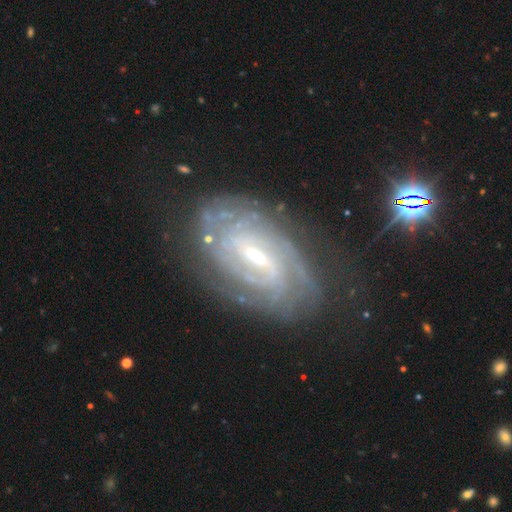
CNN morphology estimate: Smooth or featured?
  - featured or disk: 87% *
  - smooth: 7%
  - star or artifact: 6%
Edge-on disk?
  - no: 95% *
  - yes: 5%
Bar?
  - weak: 46% *
  - strong: 40%
  - no: 14%
Spiral arms?
  - yes: 96% *
  - no: 4%
Spiral winding?
  - tight: 73% *
  - medium: 22%
  - loose: 5%
Spiral arm count?
  - can't tell: 37% *
  - 2: 22%
  - 3: 15%
  - 4: 13%
  - more than 4: 7%
  - 1: 5%
Bulge size?
  - small: 52% *
  - moderate: 40%
  - large: 4%
  - none: 3%
  - dominant: 1%
Merging?
  - none: 73% *
  - minor disturbance: 18%
  - major disturbance: 7%
  - merger: 2%